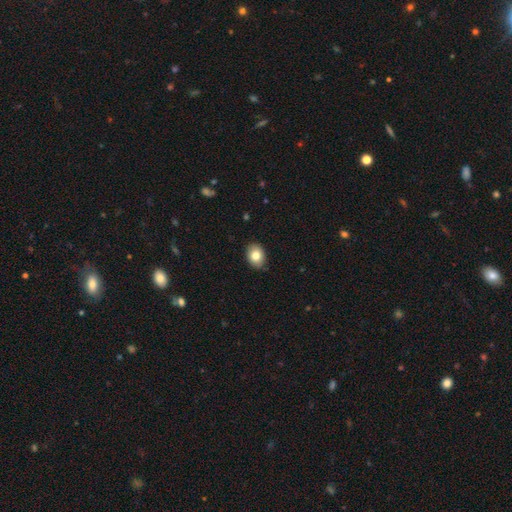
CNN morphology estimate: Smooth or featured: smooth — 82% (featured or disk — 10%)
How rounded: in between — 67% (round — 32%)
Merging: none — 86% (minor disturbance — 11%)